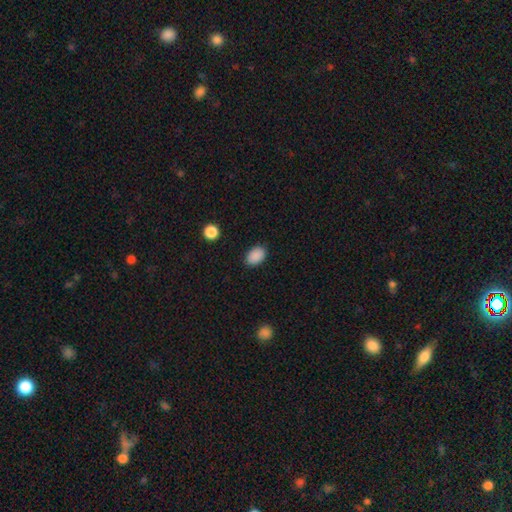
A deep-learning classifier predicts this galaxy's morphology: smooth_or_featured: smooth (p=0.89) [alt: star or artifact p=0.09]
how_rounded: in between (p=0.83) [alt: round p=0.16]
merging: none (p=0.88) [alt: minor disturbance p=0.09]